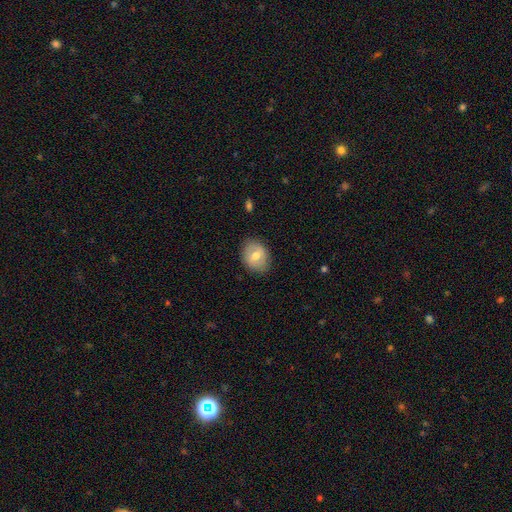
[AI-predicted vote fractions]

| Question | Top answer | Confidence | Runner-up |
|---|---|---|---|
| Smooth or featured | smooth | 66% | featured or disk (27%) |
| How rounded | round | 50% | in between (49%) |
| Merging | none | 84% | minor disturbance (12%) |